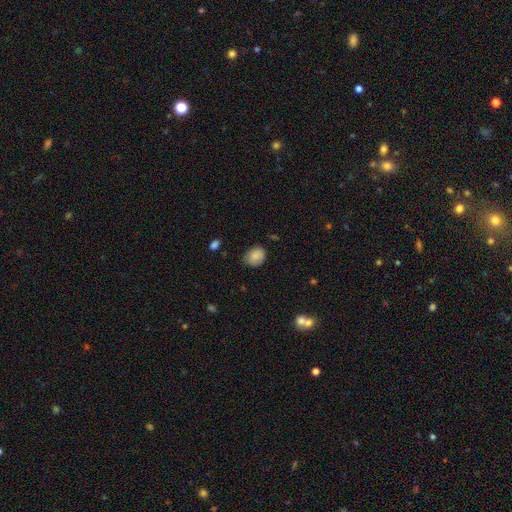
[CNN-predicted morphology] The model was most divided on "how rounded": in between: 50%, round: 49%, cigar-shaped: 1%. More confident: smooth or featured — smooth (85%); merging — none (69%).